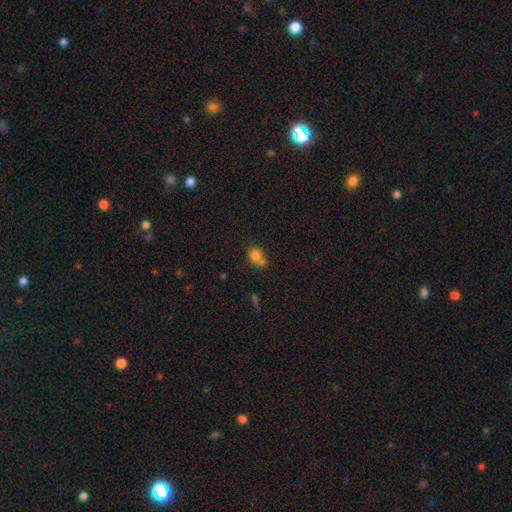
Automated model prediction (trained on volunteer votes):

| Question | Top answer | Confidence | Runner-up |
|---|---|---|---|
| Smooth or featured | smooth | 76% | star or artifact (12%) |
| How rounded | round | 60% | in between (39%) |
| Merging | merger | 44% | none (37%) |